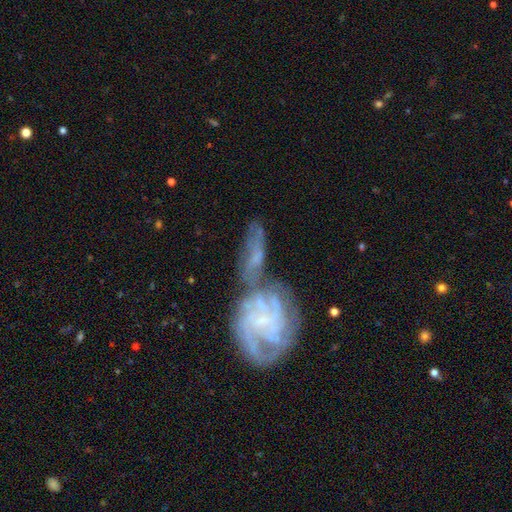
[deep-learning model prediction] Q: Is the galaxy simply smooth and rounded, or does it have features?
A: featured or disk — 64%.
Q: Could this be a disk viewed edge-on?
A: no — 90%.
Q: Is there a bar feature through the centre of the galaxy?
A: no — 60%.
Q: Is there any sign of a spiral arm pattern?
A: yes — 74%.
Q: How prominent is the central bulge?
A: none — 38%.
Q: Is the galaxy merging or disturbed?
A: merger — 49%.